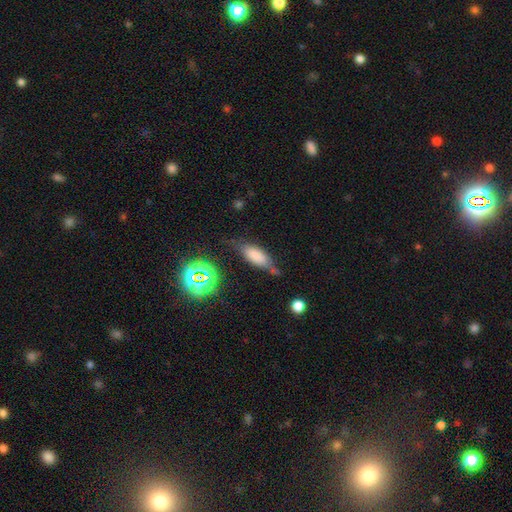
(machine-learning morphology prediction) smooth_or_featured: smooth (p=0.72) [alt: featured or disk p=0.16]
how_rounded: in between (p=0.71) [alt: cigar-shaped p=0.25]
merging: none (p=0.58) [alt: minor disturbance p=0.26]